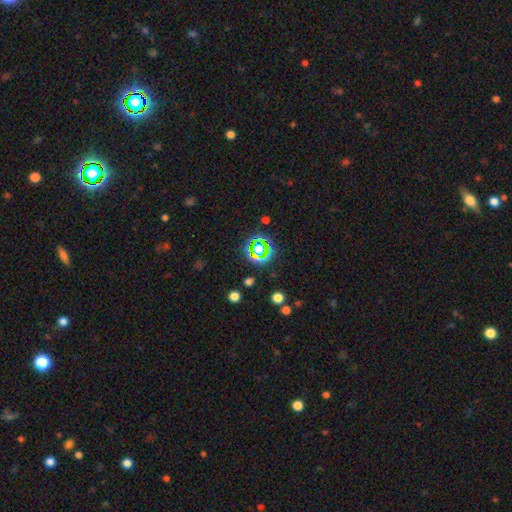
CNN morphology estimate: This is likely a star or artifact rather than a galaxy (62%).